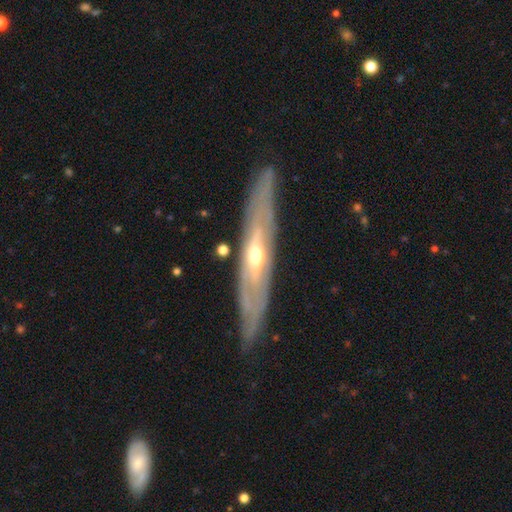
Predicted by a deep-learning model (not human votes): The model was most divided on "edge-on disk": yes: 55%, no: 45%. More confident: merging — none (81%); smooth or featured — featured or disk (79%).